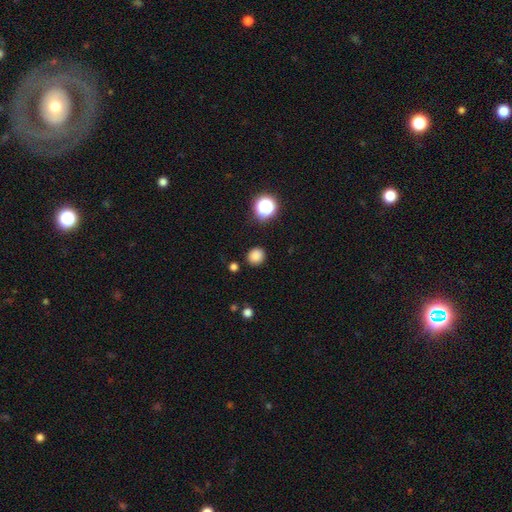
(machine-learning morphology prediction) Smooth or featured?
  - smooth: 83% *
  - star or artifact: 14%
  - featured or disk: 4%
How rounded?
  - round: 80% *
  - in between: 19%
  - cigar-shaped: 1%
Merging?
  - none: 87% *
  - minor disturbance: 8%
  - major disturbance: 3%
  - merger: 2%